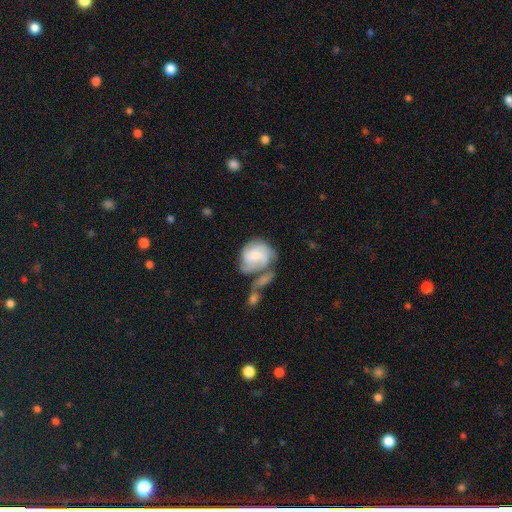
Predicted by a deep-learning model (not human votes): A featured or disk galaxy (61%) with no bar (64%), 3 (33%) tight (44%) spiral arms (87%) and a small central bulge (49%). Merging: none (32%).